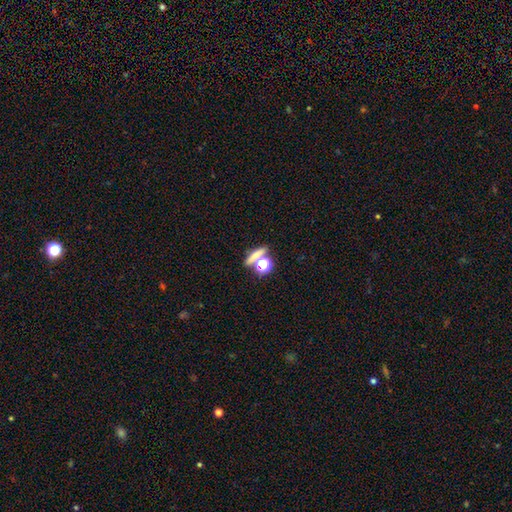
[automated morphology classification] Smooth or featured? Predicted: smooth (p=0.58). How rounded? Predicted: round (p=0.42). Merging? Predicted: none (p=0.64).